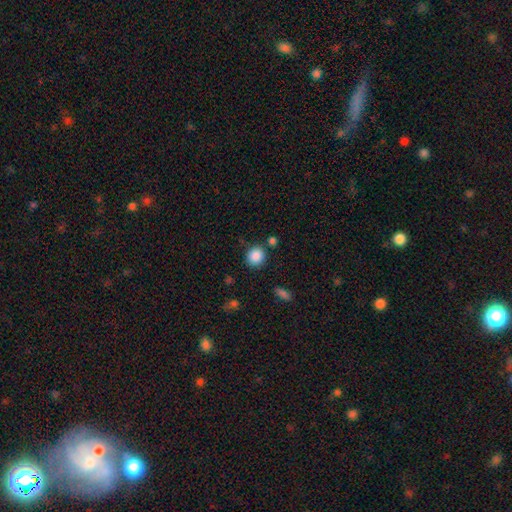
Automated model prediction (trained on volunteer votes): Morphology: type=smooth (87%); roundness=round (85%); merging=none (82%).